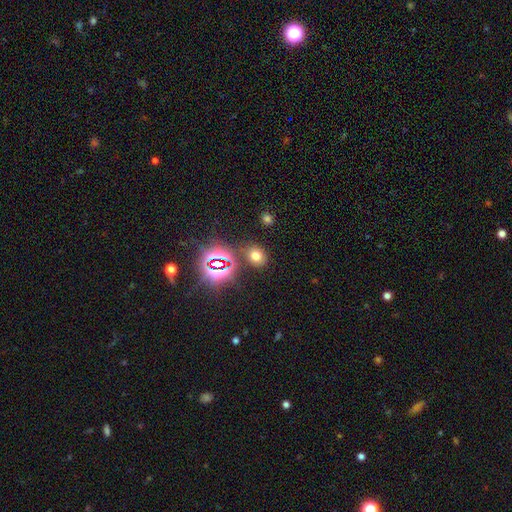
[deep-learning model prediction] smooth_or_featured: smooth (p=0.63) [alt: star or artifact p=0.28]
how_rounded: round (p=0.53) [alt: in between p=0.46]
merging: none (p=0.81) [alt: minor disturbance p=0.10]